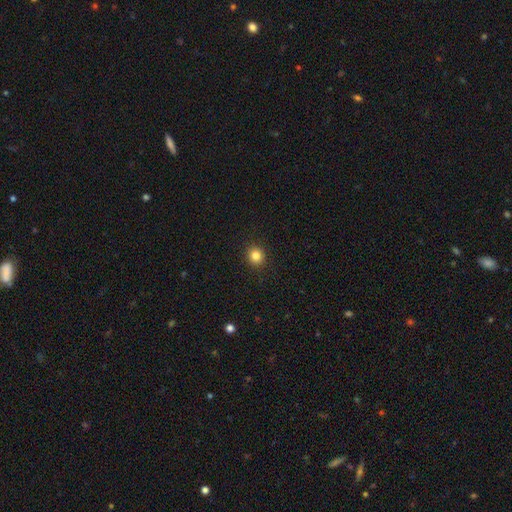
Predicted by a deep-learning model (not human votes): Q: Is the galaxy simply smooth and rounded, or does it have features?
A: smooth — 83%.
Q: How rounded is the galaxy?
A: round — 87%.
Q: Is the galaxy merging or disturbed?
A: none — 92%.